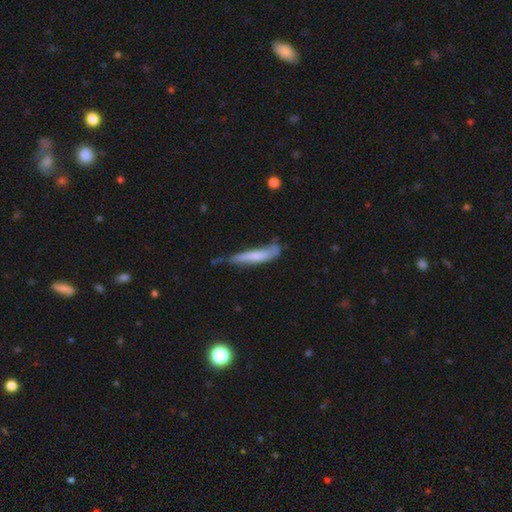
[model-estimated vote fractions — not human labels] A smooth galaxy with no disk features (65%) that is cigar-shaped (88%).

Vote fractions:
- Smooth or featured? smooth: 65% / featured or disk: 28% / star or artifact: 7%
- How rounded? cigar-shaped: 88% / in between: 11% / round: 1%
- Merging? none: 39% / minor disturbance: 38% / major disturbance: 16% / merger: 6%